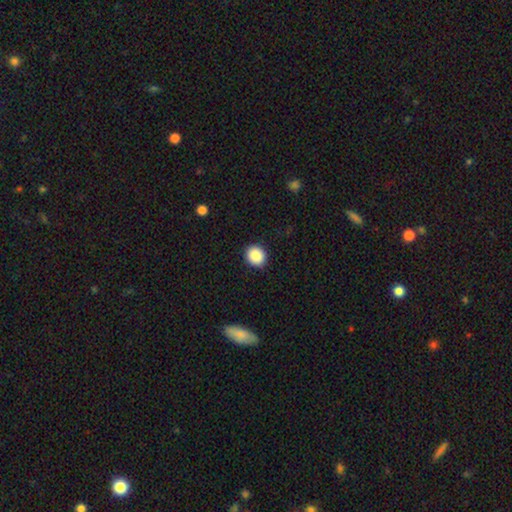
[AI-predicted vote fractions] Q: Smooth or featured?
A: smooth (89%); runner-up: star or artifact (8%)
Q: How rounded?
A: round (77%); runner-up: in between (22%)
Q: Merging?
A: none (91%); runner-up: minor disturbance (7%)